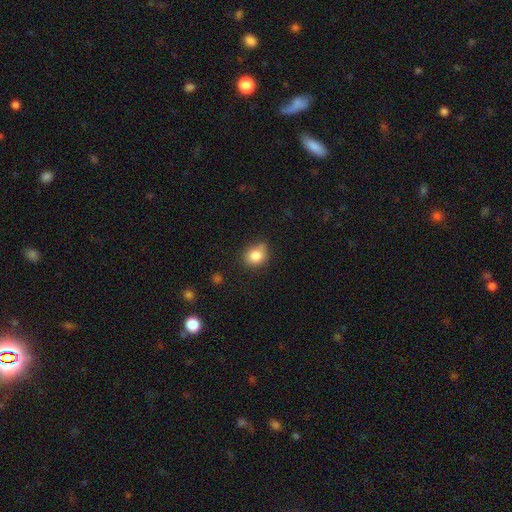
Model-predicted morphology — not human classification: Smooth or featured? Predicted: smooth (p=0.82). How rounded? Predicted: round (p=0.69). Merging? Predicted: none (p=0.63).